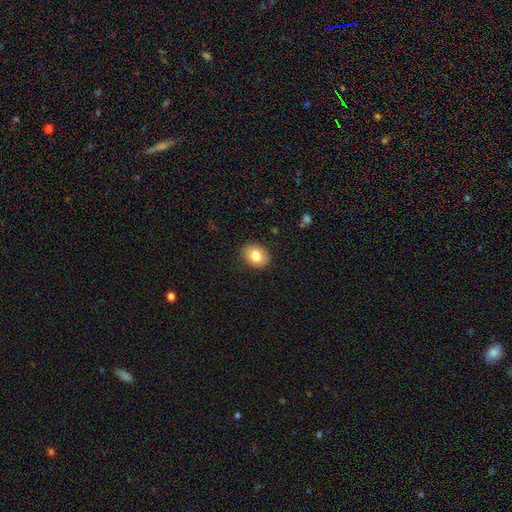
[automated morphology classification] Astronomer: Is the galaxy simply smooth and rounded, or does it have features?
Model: smooth — 82%.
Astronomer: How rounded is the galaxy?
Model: in between — 62%.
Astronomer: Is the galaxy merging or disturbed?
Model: none — 88%.